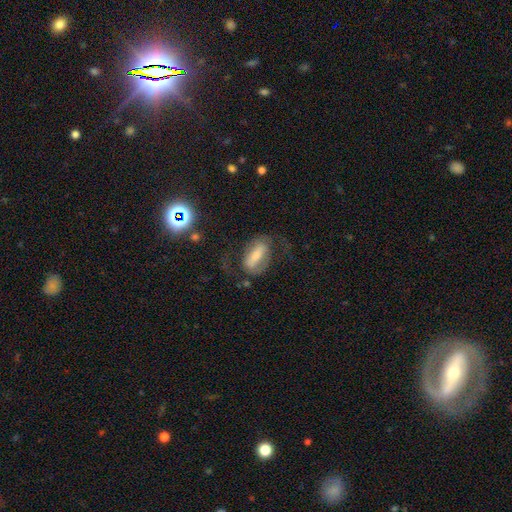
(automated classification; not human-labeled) Smooth or featured? featured or disk (56%)
Edge-on disk? no (88%)
Merging? none (53%)